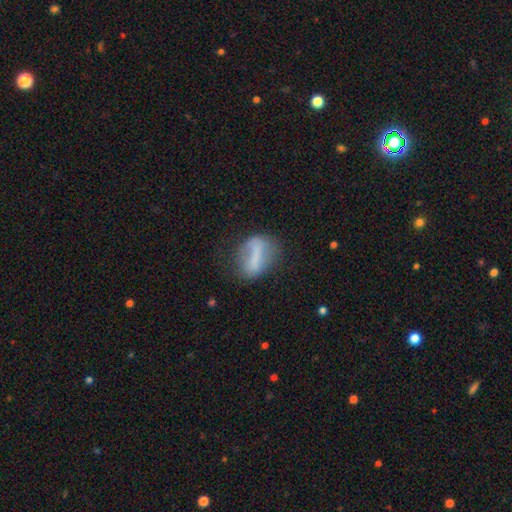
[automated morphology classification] type=smooth (55%); roundness=in between (70%); merging=none (54%).